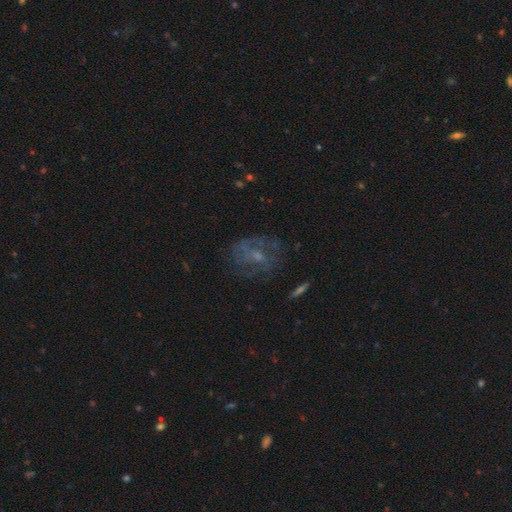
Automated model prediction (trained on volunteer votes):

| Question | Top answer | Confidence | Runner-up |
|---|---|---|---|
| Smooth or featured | featured or disk | 67% | smooth (20%) |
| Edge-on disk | no | 96% | yes (4%) |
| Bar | no | 58% | weak (36%) |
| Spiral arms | yes | 73% | no (27%) |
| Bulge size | small | 49% | moderate (37%) |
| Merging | none | 65% | minor disturbance (19%) |